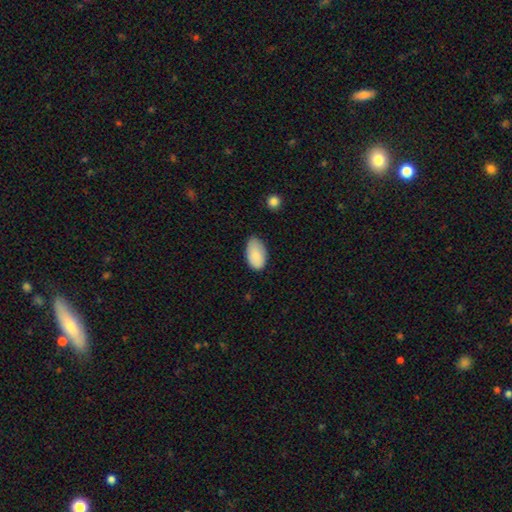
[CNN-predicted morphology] Q: Smooth or featured?
A: smooth (87%); runner-up: featured or disk (7%)
Q: How rounded?
A: in between (94%); runner-up: round (4%)
Q: Merging?
A: none (68%); runner-up: minor disturbance (26%)